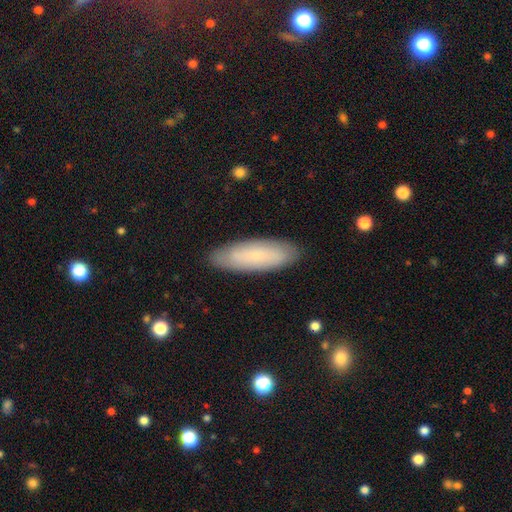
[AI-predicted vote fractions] smooth 64%, featured or disk 29%, star or artifact 7%. Down the decision tree: how rounded — in between (54%); merging — none (87%).